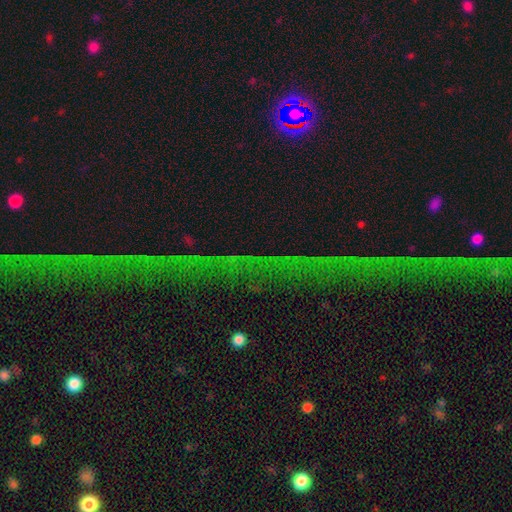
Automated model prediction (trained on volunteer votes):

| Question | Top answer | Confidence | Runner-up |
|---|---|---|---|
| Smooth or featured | star or artifact | 77% | featured or disk (12%) |